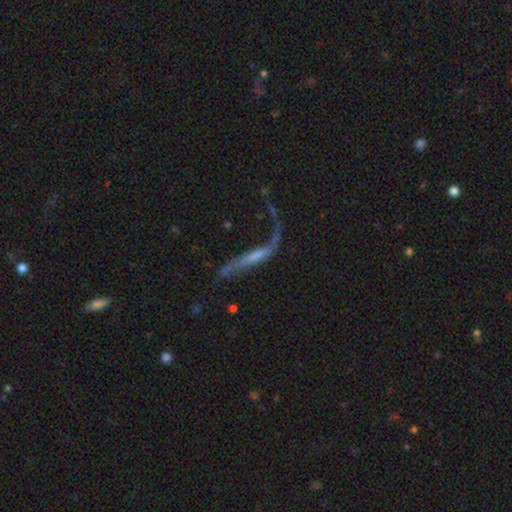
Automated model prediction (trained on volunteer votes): featured or disk 65%, smooth 25%, star or artifact 10%. Down the decision tree: edge-on disk — no (58%); merging — major disturbance (38%).